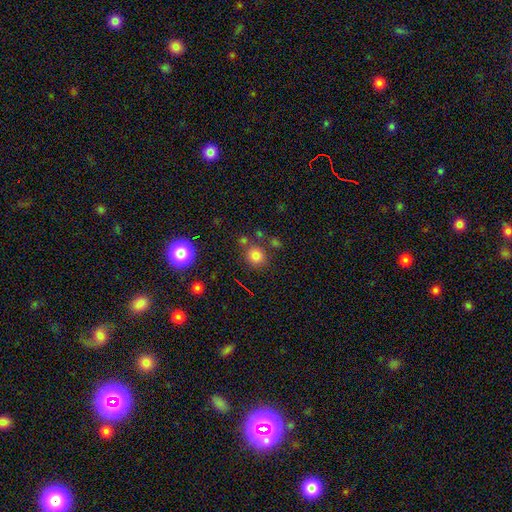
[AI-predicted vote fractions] Q: Smooth or featured?
A: smooth (78%); runner-up: star or artifact (15%)
Q: How rounded?
A: round (83%); runner-up: in between (16%)
Q: Merging?
A: none (76%); runner-up: minor disturbance (11%)